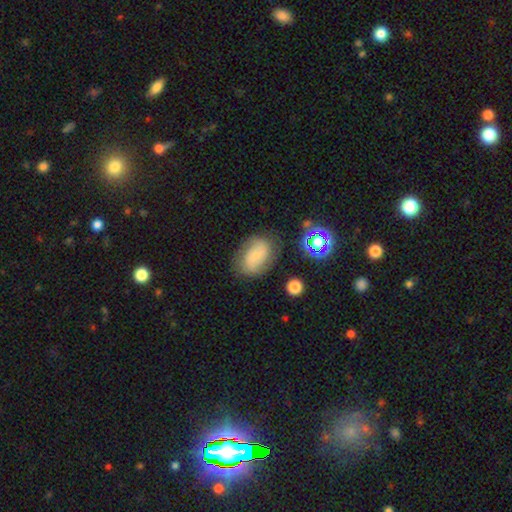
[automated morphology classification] Smooth or featured?
  - smooth: 52% *
  - featured or disk: 36%
  - star or artifact: 13%
How rounded?
  - in between: 80% *
  - round: 18%
  - cigar-shaped: 2%
Merging?
  - none: 71% *
  - minor disturbance: 19%
  - major disturbance: 7%
  - merger: 3%